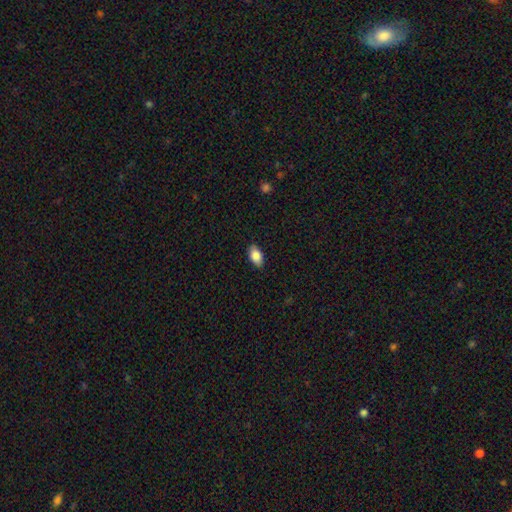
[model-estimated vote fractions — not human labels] Morphology: type=smooth (86%); roundness=in between (92%); merging=none (88%).